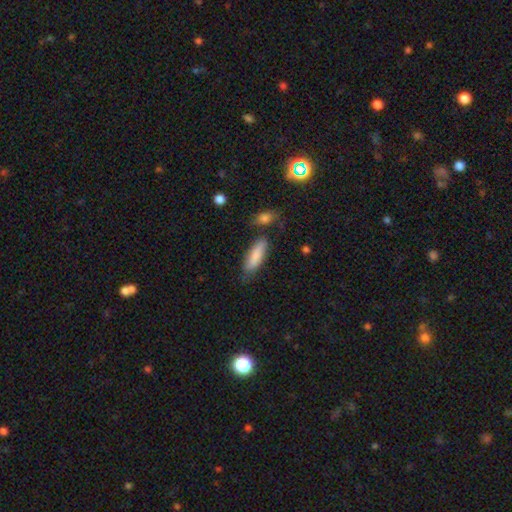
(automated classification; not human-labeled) A smooth galaxy with no disk features (83%) that is in between round and cigar-shaped (49%, tied with cigar-shaped). Merging: none (71%).